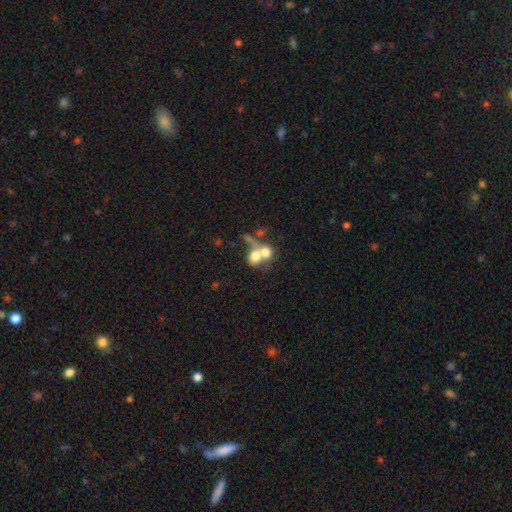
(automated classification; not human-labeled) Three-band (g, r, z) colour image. It shows a smooth galaxy with no disk features (64%) that is round (55%). Merging: merger (66%).